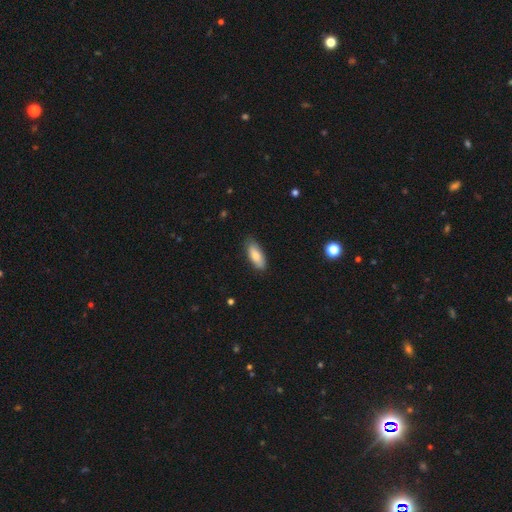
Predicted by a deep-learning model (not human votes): The model was most divided on "how rounded": in between: 77%, cigar-shaped: 21%, round: 2%. More confident: merging — none (82%); smooth or featured — smooth (82%).